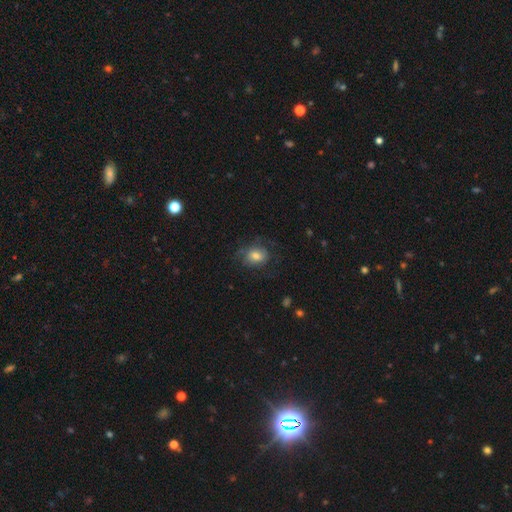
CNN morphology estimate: Overall: smooth (64%). How rounded: round (55%; in between 44%). Merging: none (66%).